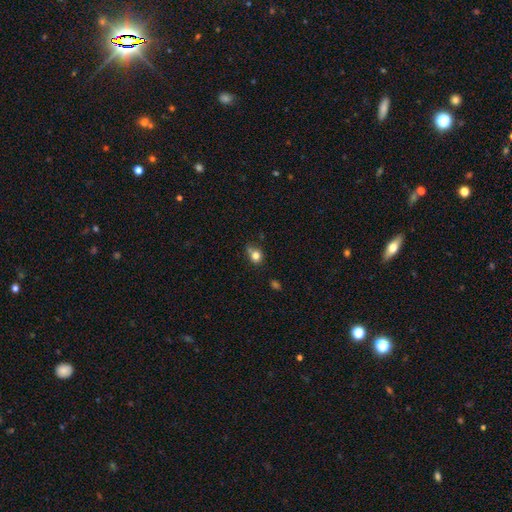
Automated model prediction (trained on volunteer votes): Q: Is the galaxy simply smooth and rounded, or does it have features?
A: smooth — 79%.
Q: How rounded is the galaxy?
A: round — 67%.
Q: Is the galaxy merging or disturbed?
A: none — 52%.